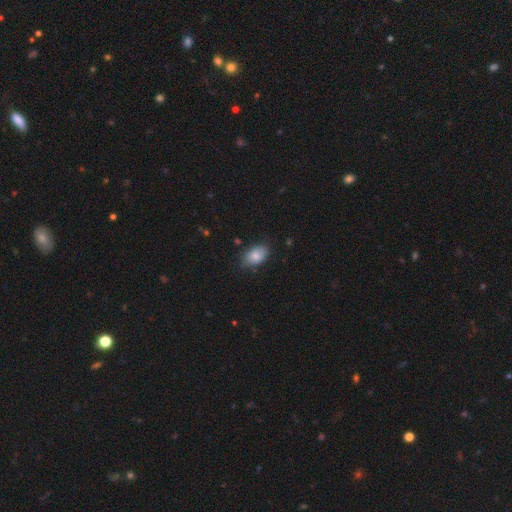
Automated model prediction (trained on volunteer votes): smooth-or-featured: smooth: 82% | featured or disk: 10% | star or artifact: 8%
  how-rounded: in between: 88% | round: 10% | cigar-shaped: 2%
  merging: none: 69% | minor disturbance: 24% | major disturbance: 5% | merger: 2%